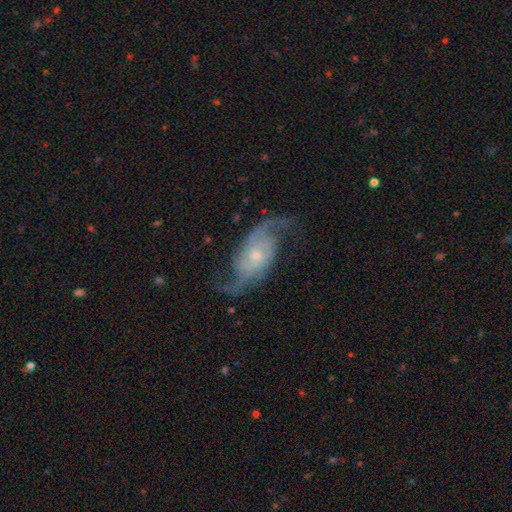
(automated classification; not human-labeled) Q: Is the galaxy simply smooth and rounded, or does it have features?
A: featured or disk — 88%.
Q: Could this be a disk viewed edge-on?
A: no — 96%.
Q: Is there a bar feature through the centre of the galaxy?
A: no — 65%.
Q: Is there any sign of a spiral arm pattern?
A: yes — 97%.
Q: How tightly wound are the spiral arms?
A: loose — 52%.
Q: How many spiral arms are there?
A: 2 — 88%.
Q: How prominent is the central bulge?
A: small — 65%.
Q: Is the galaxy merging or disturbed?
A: none — 69%.